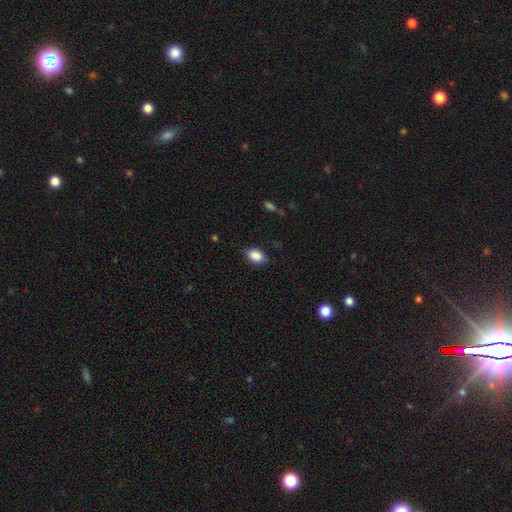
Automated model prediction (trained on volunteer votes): smooth 88%, star or artifact 8%, featured or disk 5%. Down the decision tree: how rounded — in between (83%); merging — none (82%).